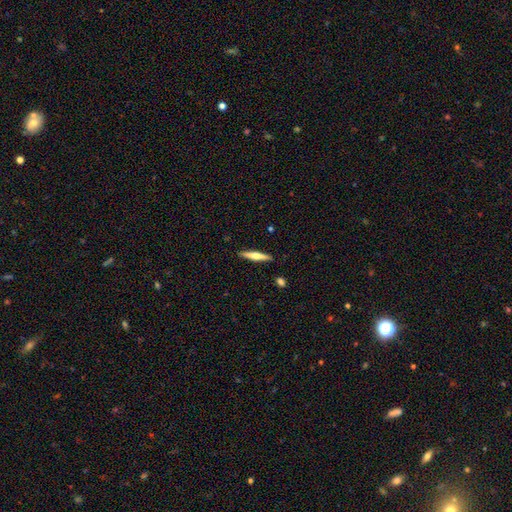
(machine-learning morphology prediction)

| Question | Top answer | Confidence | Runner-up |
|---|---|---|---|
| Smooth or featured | smooth | 49% | featured or disk (45%) |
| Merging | none | 90% | minor disturbance (7%) |